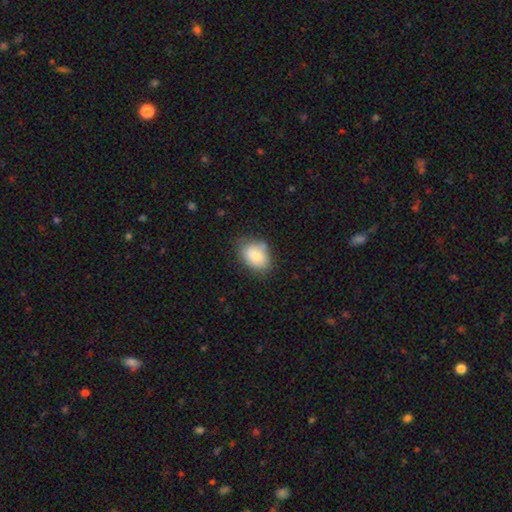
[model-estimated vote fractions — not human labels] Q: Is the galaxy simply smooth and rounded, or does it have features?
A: smooth — 80%.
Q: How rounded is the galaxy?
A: in between — 75%.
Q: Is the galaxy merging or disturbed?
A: none — 70%.